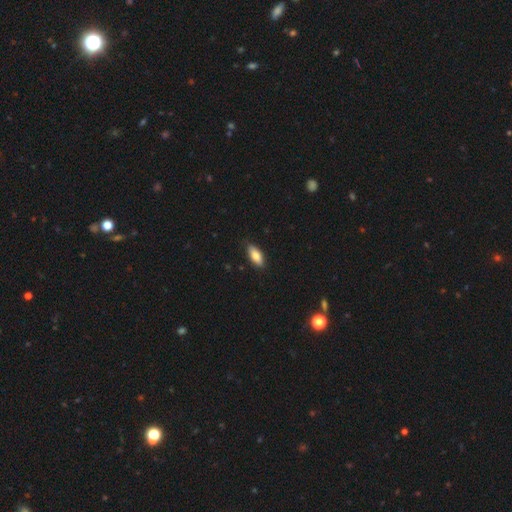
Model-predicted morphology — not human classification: This appears to be a smooth galaxy with no disk features (79%) that is in between round and cigar-shaped (83%). Merging: none (85%).